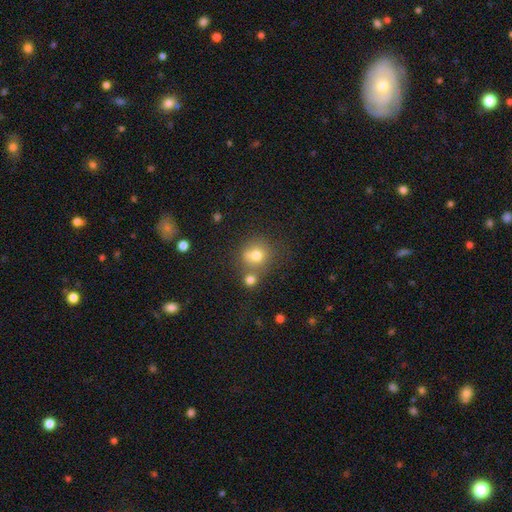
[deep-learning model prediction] smooth_or_featured: smooth (p=0.73) [alt: star or artifact p=0.14]
how_rounded: round (p=0.85) [alt: in between p=0.14]
merging: none (p=0.53) [alt: merger p=0.30]